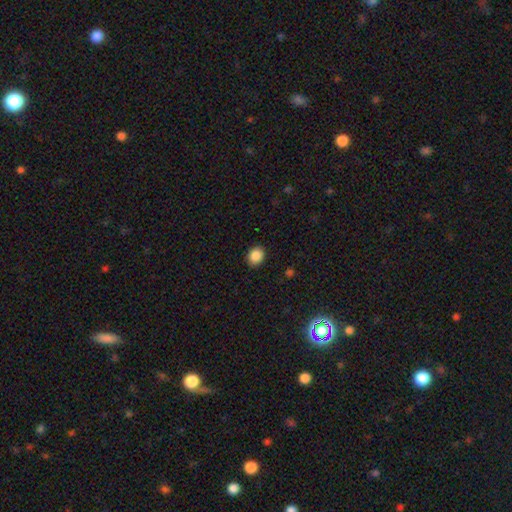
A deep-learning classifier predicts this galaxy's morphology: smooth 88%, star or artifact 9%, featured or disk 3%. Down the decision tree: how rounded — round (62%); merging — none (89%).